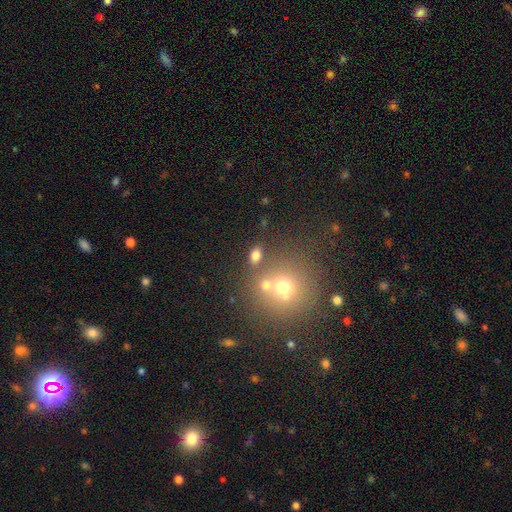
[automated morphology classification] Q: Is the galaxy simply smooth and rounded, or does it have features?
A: smooth — 72%.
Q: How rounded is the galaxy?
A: in between — 70%.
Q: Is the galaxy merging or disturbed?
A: none — 68%.